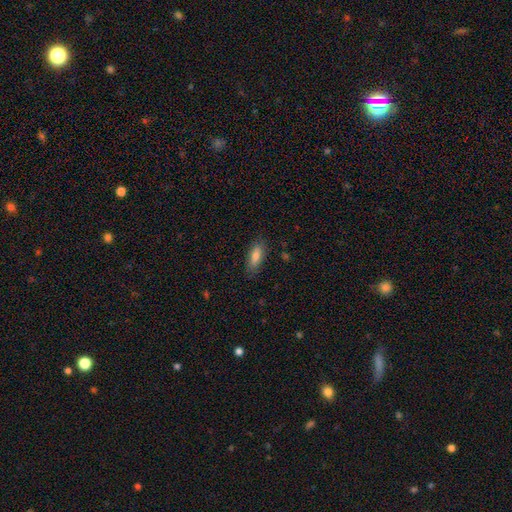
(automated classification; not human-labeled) Q: Smooth or featured?
A: smooth (79%); runner-up: featured or disk (14%)
Q: How rounded?
A: in between (67%); runner-up: cigar-shaped (31%)
Q: Merging?
A: none (82%); runner-up: minor disturbance (14%)